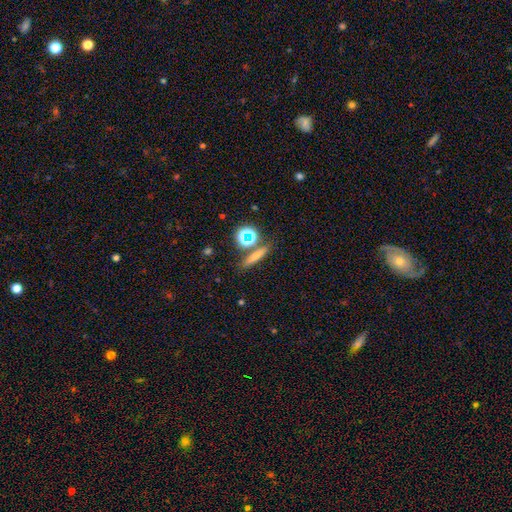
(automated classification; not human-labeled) Q: Smooth or featured?
A: smooth (60%); runner-up: star or artifact (20%)
Q: How rounded?
A: cigar-shaped (73%); runner-up: round (13%)
Q: Merging?
A: none (77%); runner-up: merger (11%)